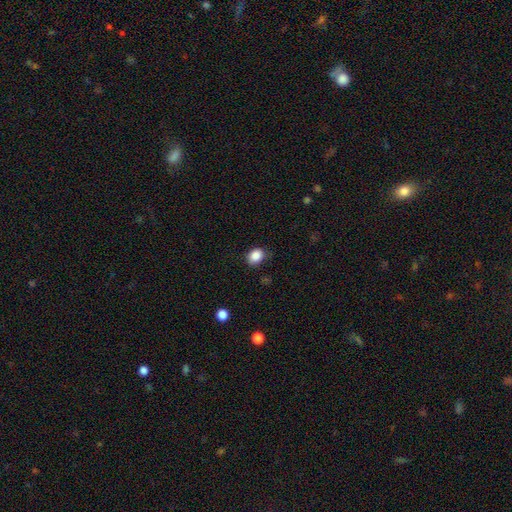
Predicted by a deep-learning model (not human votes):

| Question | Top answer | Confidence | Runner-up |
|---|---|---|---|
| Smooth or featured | smooth | 87% | star or artifact (9%) |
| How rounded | in between | 61% | round (38%) |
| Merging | none | 79% | minor disturbance (17%) |